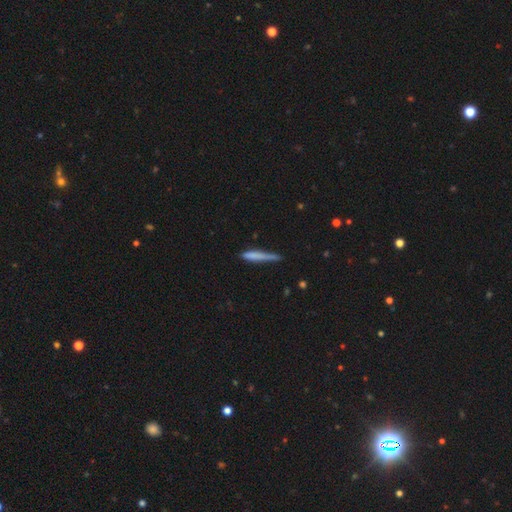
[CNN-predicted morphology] type=smooth (72%); roundness=cigar-shaped (94%); merging=none (60%).